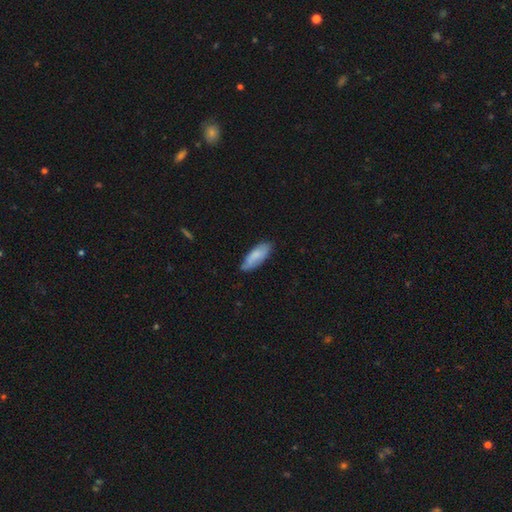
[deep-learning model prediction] A smooth galaxy with no disk features (78%) that is in between round and cigar-shaped (72%). Merging: none (71%).